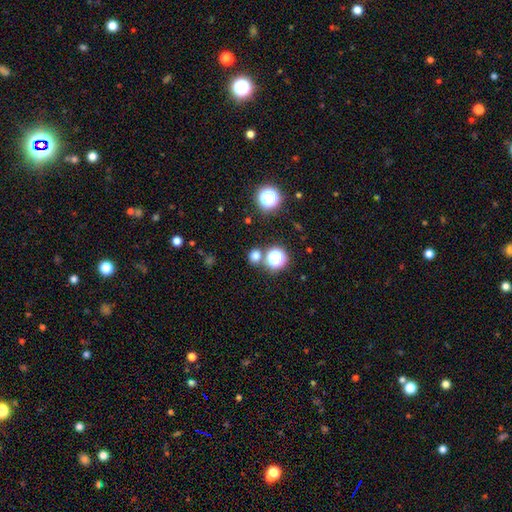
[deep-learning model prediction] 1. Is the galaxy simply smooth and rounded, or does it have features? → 69% smooth, 26% star or artifact, 5% featured or disk.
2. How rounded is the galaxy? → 86% round, 13% in between, 1% cigar-shaped.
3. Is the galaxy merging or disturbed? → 77% none, 13% merger, 7% minor disturbance, 3% major disturbance.